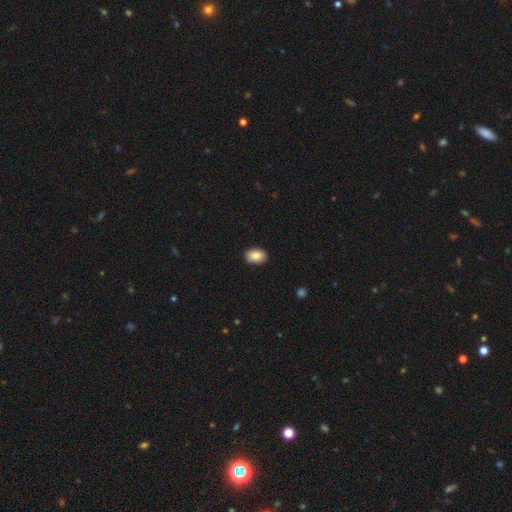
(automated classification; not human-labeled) smooth_or_featured: smooth (p=0.87) [alt: star or artifact p=0.07]
how_rounded: in between (p=0.82) [alt: round p=0.17]
merging: none (p=0.90) [alt: minor disturbance p=0.07]